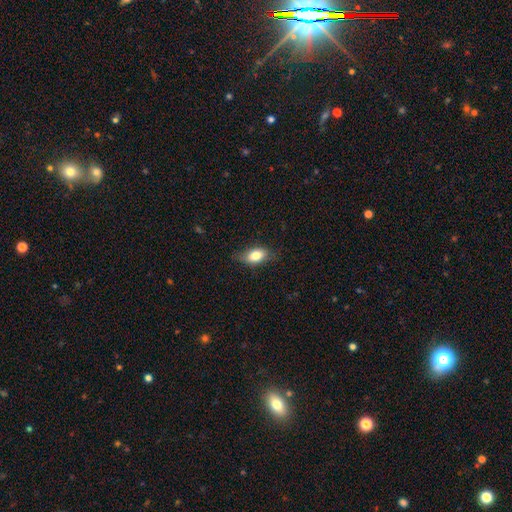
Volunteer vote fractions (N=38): A smooth galaxy with no disk features (76%) that is in between round and cigar-shaped (90%).

Vote fractions:
- Smooth or featured? smooth: 76% / featured or disk: 13% / star or artifact: 11%
- How rounded? in between: 90% / round: 7% / cigar-shaped: 3%
- Merging? none: 79% / minor disturbance: 18% / major disturbance: 3% / merger: 0%